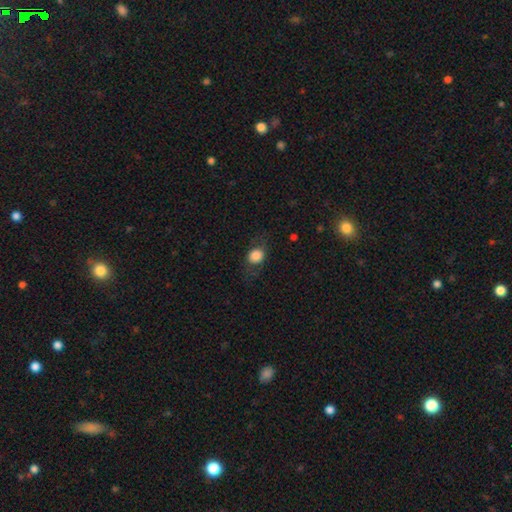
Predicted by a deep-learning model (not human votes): Overall: smooth (77%). How rounded: round (67%; in between 32%). Merging: none (71%).